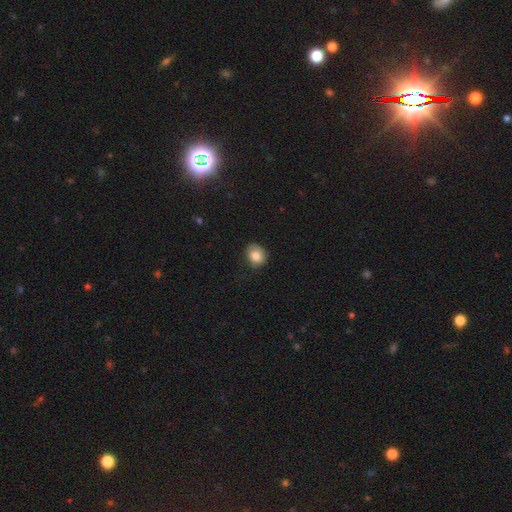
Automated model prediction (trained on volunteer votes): The model was most divided on "how rounded": round: 59%, in between: 40%, cigar-shaped: 1%. More confident: smooth or featured — smooth (80%); merging — none (66%).